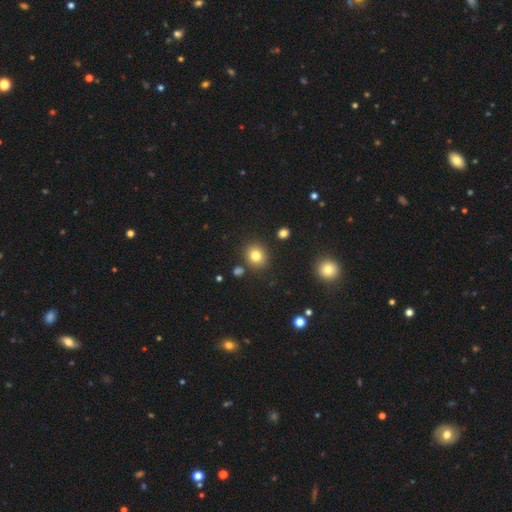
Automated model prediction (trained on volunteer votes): Overall: smooth (80%). How rounded: round (76%). Merging: none (85%).